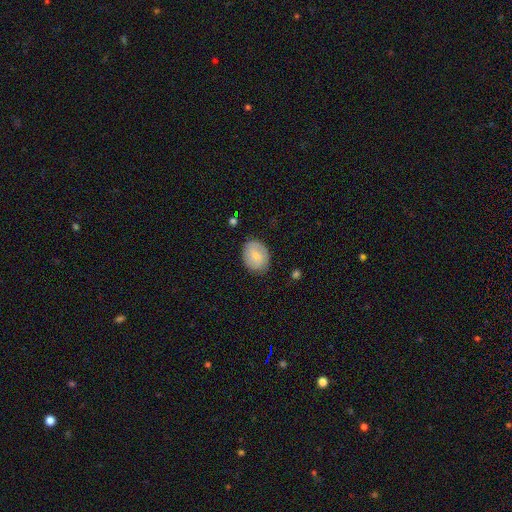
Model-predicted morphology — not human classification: This is likely a smooth galaxy (74%). How rounded: likely in between (60%). Merging: clearly none (81%).